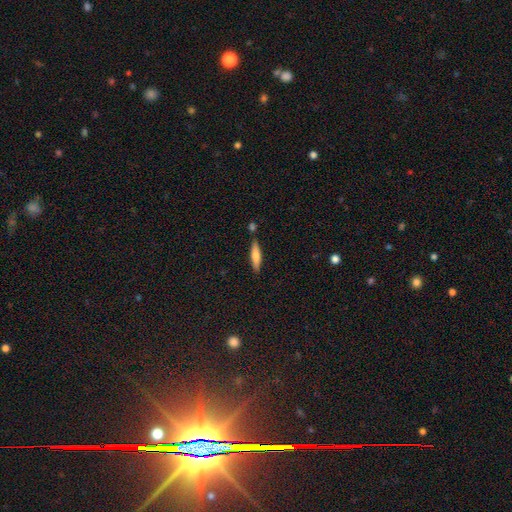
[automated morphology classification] This appears to be a smooth galaxy with no disk features (68%) that is cigar-shaped (79%). Merging: none (79%).